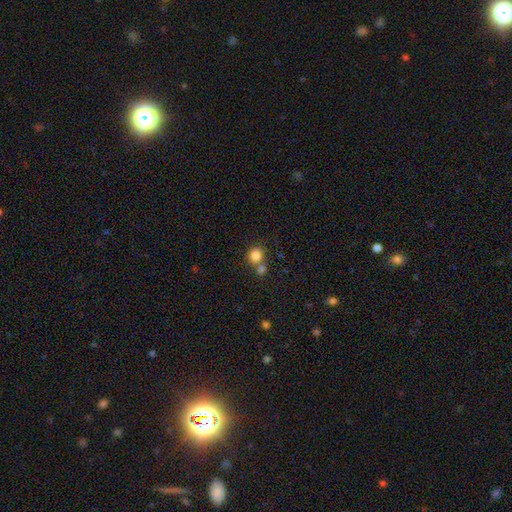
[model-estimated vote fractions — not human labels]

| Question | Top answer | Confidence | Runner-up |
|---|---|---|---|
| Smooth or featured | smooth | 83% | star or artifact (11%) |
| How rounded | round | 83% | in between (16%) |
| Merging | none | 55% | merger (34%) |